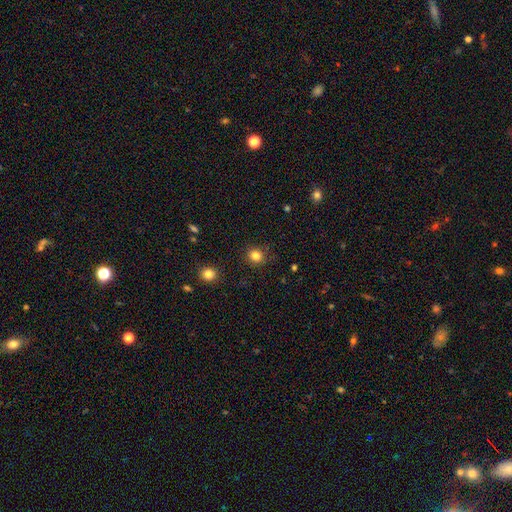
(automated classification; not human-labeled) The model was most divided on "smooth or featured": smooth: 82%, star or artifact: 13%, featured or disk: 5%. More confident: how rounded — round (88%); merging — none (88%).